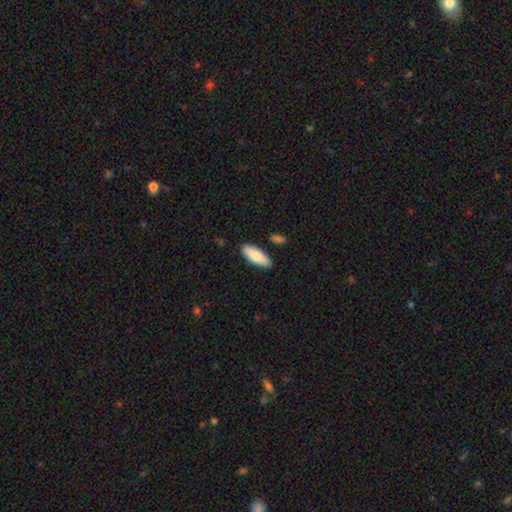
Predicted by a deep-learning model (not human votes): smooth-or-featured: smooth: 83% | featured or disk: 12% | star or artifact: 5%
  how-rounded: in between: 75% | cigar-shaped: 23% | round: 2%
  merging: none: 86% | minor disturbance: 9% | merger: 3% | major disturbance: 2%